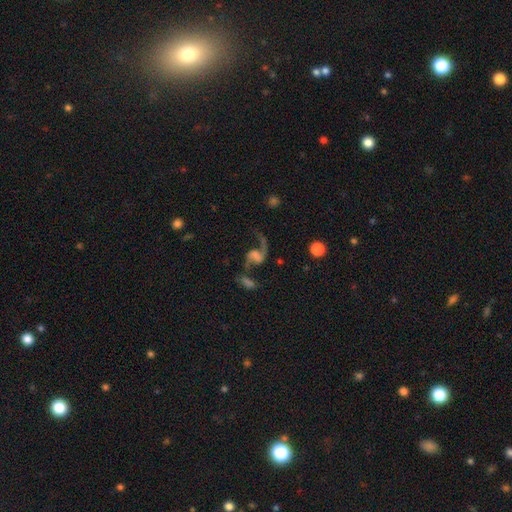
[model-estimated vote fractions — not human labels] Morphology: type=featured or disk (82%); edge-on=no (98%); bar=weak (41%); spiral arms=yes (94%); winding=loose (83%); arm count=2 (87%); bulge=none (54%); merging=none (52%).